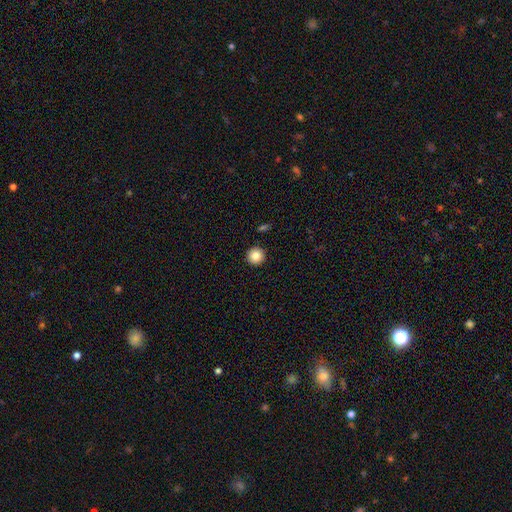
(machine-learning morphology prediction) Overall: smooth (84%). How rounded: round (96%). Merging: none (93%).